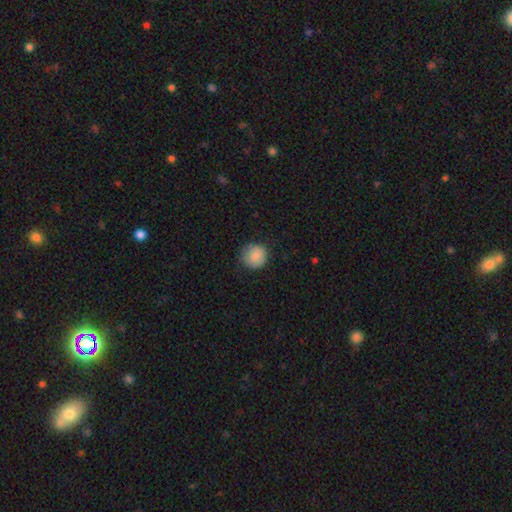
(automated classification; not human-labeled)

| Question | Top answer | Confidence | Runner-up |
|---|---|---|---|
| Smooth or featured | smooth | 87% | star or artifact (8%) |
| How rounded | round | 93% | in between (6%) |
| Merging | none | 79% | minor disturbance (16%) |